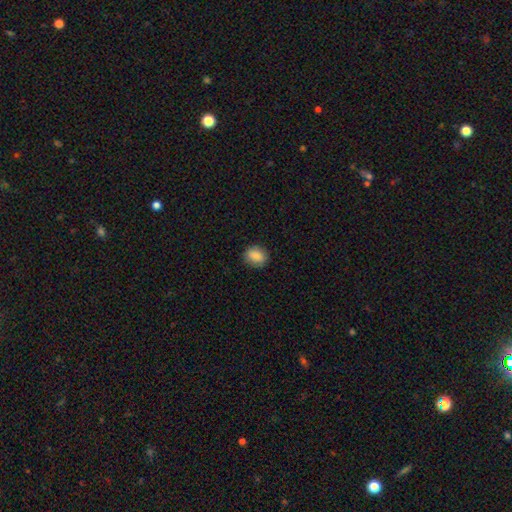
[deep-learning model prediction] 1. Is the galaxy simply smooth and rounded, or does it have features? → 88% smooth, 8% star or artifact, 4% featured or disk.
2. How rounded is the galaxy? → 53% round, 46% in between, 1% cigar-shaped.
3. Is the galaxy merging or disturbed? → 86% none, 11% minor disturbance, 2% major disturbance, 1% merger.